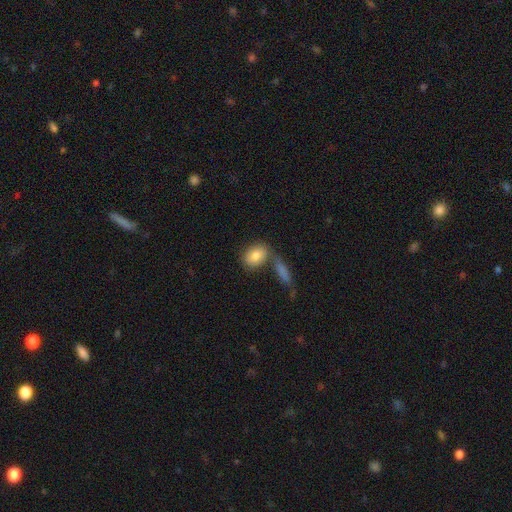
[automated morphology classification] Overall: smooth (81%). How rounded: in between (71%). Merging: none (59%; merger 23%).